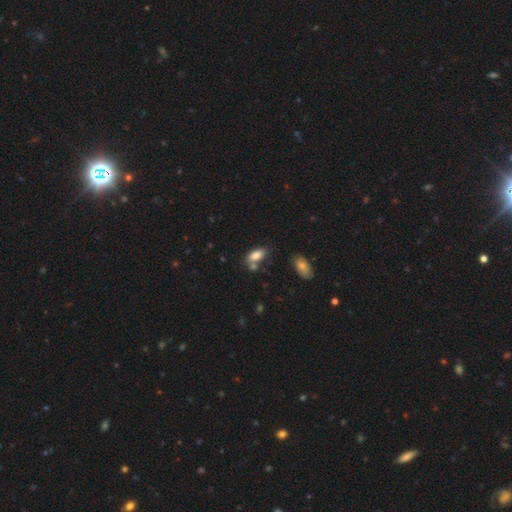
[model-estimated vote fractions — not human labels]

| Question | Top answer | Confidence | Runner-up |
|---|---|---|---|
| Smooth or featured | smooth | 82% | featured or disk (10%) |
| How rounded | in between | 88% | cigar-shaped (9%) |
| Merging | none | 59% | merger (20%) |